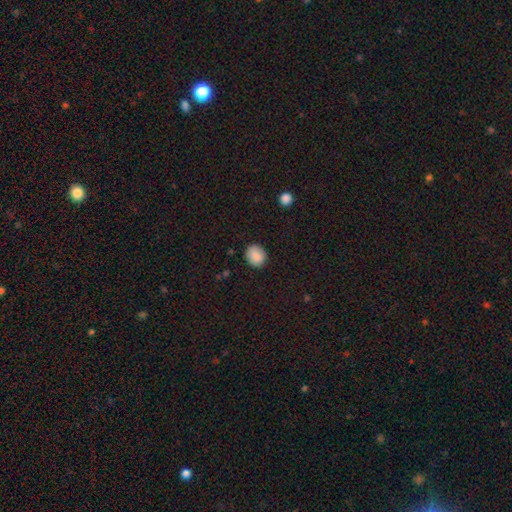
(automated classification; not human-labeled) smooth_or_featured: smooth (p=0.87) [alt: star or artifact p=0.08]
how_rounded: round (p=0.72) [alt: in between p=0.27]
merging: none (p=0.88) [alt: minor disturbance p=0.09]